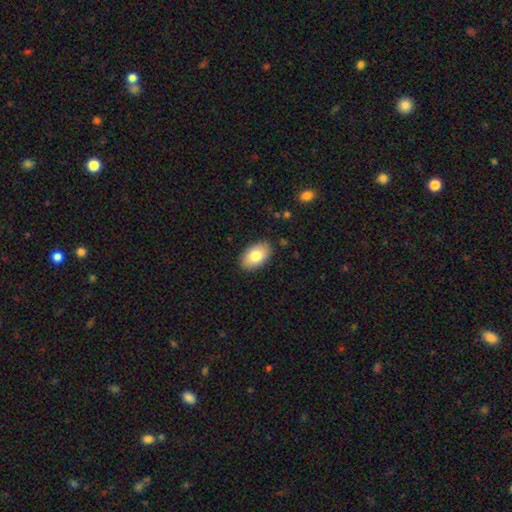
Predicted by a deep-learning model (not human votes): Smooth or featured: smooth — 81% (featured or disk — 13%)
How rounded: in between — 93% (round — 6%)
Merging: none — 88% (minor disturbance — 9%)